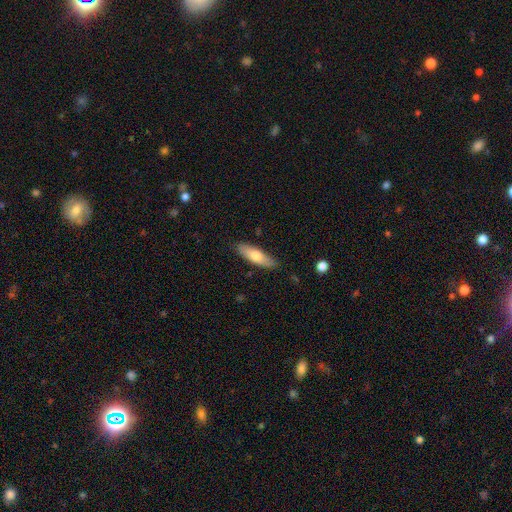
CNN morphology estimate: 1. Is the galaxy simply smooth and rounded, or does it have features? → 69% smooth, 26% featured or disk, 6% star or artifact.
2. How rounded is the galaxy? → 50% cigar-shaped, 48% in between, 2% round.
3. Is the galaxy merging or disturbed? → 85% none, 12% minor disturbance, 2% major disturbance, 1% merger.